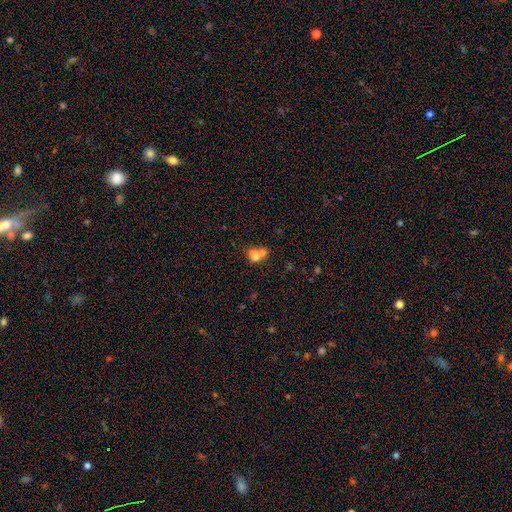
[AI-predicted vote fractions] This is likely a smooth galaxy (68%). How rounded: possibly round (56%). Merging: likely merger (66%).